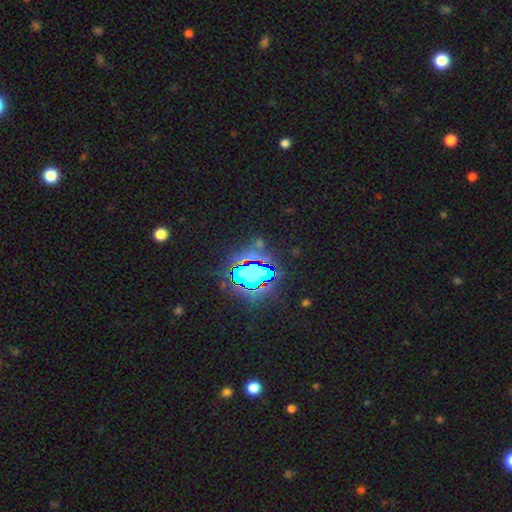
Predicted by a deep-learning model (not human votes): smooth-or-featured: star or artifact: 82% | smooth: 11% | featured or disk: 7%